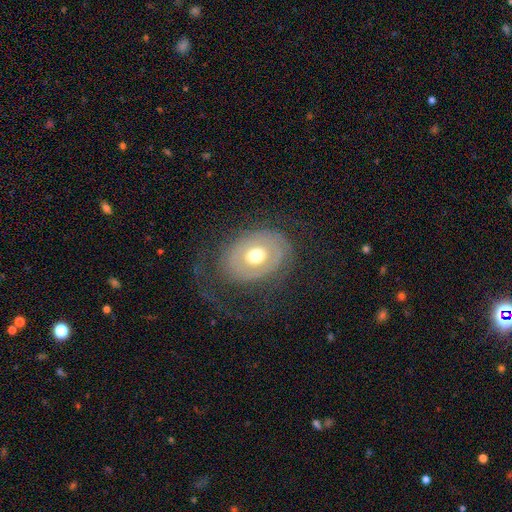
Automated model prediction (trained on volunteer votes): Smooth or featured: featured or disk — 59% (smooth — 34%)
Edge-on disk: no — 94% (yes — 6%)
Bar: no — 88% (weak — 9%)
Spiral arms: no — 65% (yes — 35%)
Bulge size: moderate — 69% (large — 22%)
Merging: none — 62% (major disturbance — 18%)